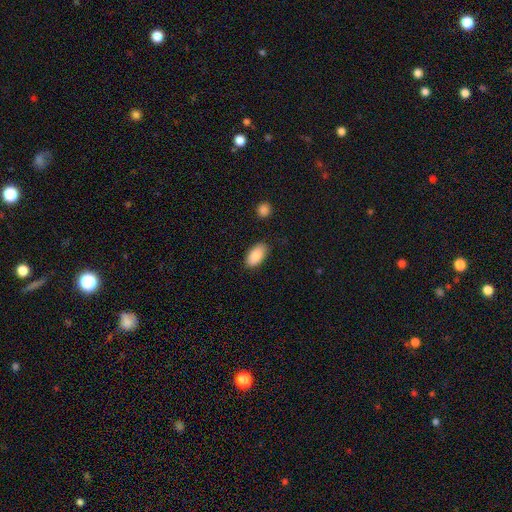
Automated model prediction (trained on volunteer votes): smooth 88%, star or artifact 7%, featured or disk 6%. Down the decision tree: how rounded — in between (94%); merging — none (84%).